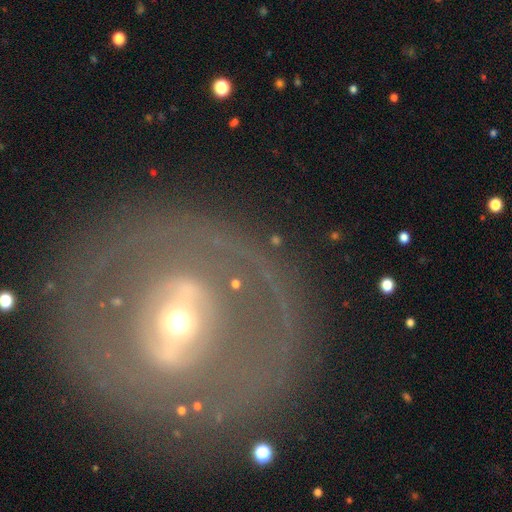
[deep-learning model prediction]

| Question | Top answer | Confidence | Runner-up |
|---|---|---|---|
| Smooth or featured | featured or disk | 67% | smooth (23%) |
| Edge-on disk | no | 91% | yes (9%) |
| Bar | strong | 36% | no (33%) |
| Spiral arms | no | 68% | yes (32%) |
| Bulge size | small | 46% | moderate (44%) |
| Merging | none | 77% | minor disturbance (11%) |